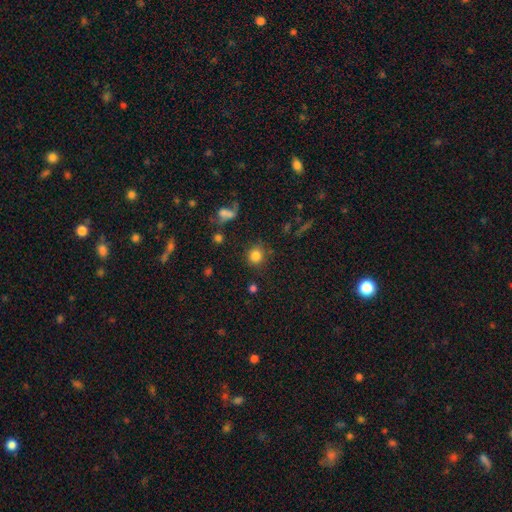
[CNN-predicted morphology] Smooth or featured: smooth — 83% (star or artifact — 11%)
How rounded: round — 87% (in between — 12%)
Merging: none — 82% (minor disturbance — 10%)